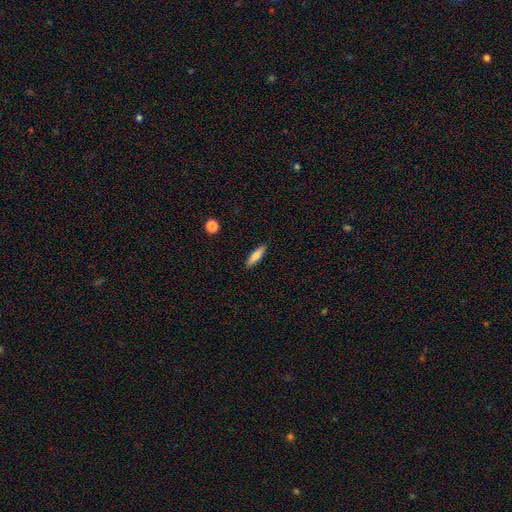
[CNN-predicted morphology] A smooth galaxy with no disk features (67%) that is cigar-shaped (72%).

Vote fractions:
- Smooth or featured? smooth: 67% / featured or disk: 27% / star or artifact: 7%
- How rounded? cigar-shaped: 72% / in between: 26% / round: 2%
- Merging? none: 90% / minor disturbance: 7% / major disturbance: 2% / merger: 1%